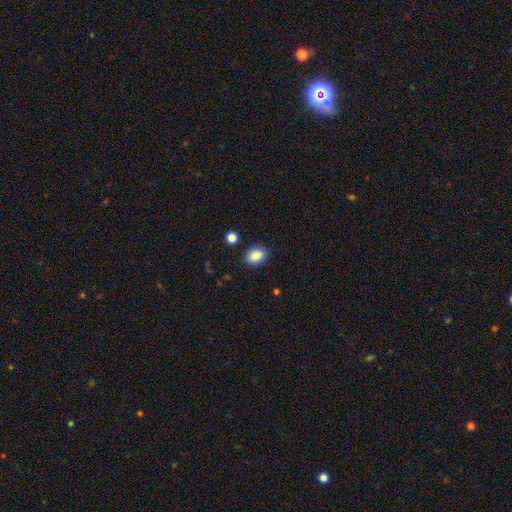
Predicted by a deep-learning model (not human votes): Smooth or featured? Predicted: smooth (p=0.87). How rounded? Predicted: in between (p=0.73). Merging? Predicted: none (p=0.86).